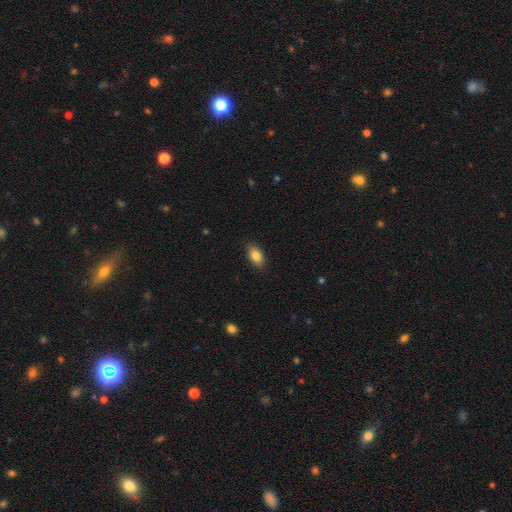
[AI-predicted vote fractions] smooth 86%, star or artifact 8%, featured or disk 7%. Down the decision tree: how rounded — in between (90%); merging — none (86%).